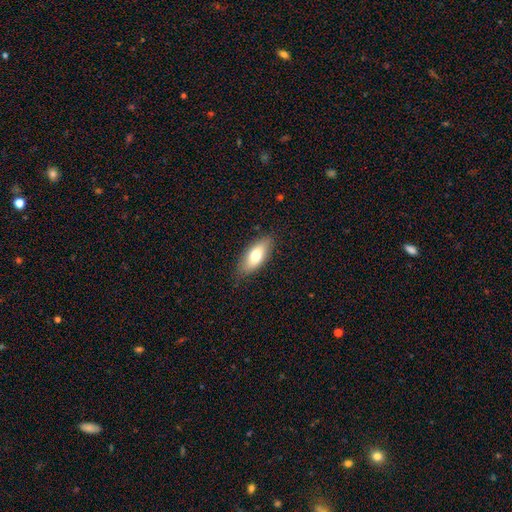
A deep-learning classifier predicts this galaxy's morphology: smooth-or-featured: smooth: 72% | featured or disk: 21% | star or artifact: 7%
  how-rounded: in between: 82% | cigar-shaped: 16% | round: 3%
  merging: none: 82% | minor disturbance: 14% | major disturbance: 3% | merger: 1%